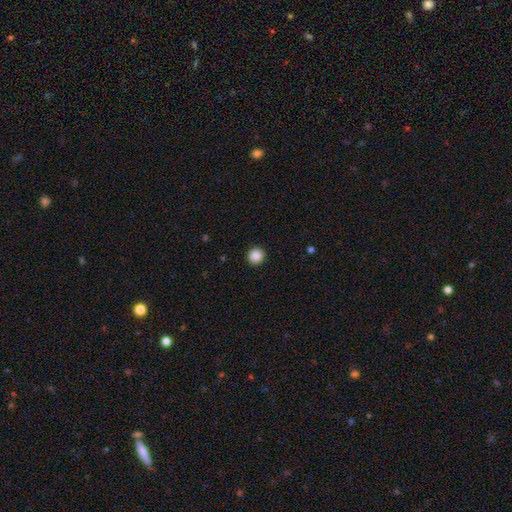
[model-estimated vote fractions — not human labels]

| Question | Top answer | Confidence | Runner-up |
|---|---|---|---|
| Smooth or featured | smooth | 86% | star or artifact (10%) |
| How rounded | round | 94% | in between (5%) |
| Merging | none | 93% | minor disturbance (5%) |